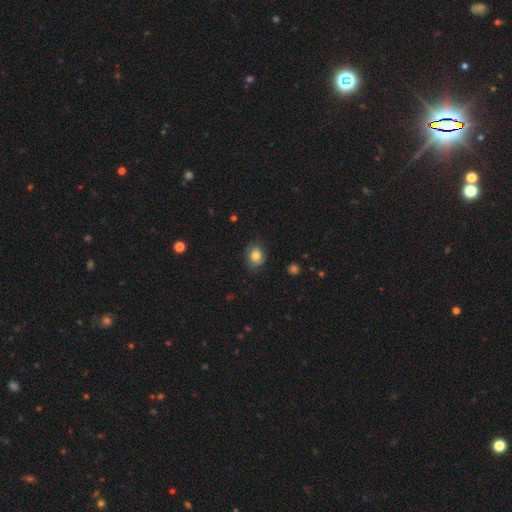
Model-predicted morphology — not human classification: Overall: smooth (80%). How rounded: round (52%; in between 47%). Merging: none (76%).